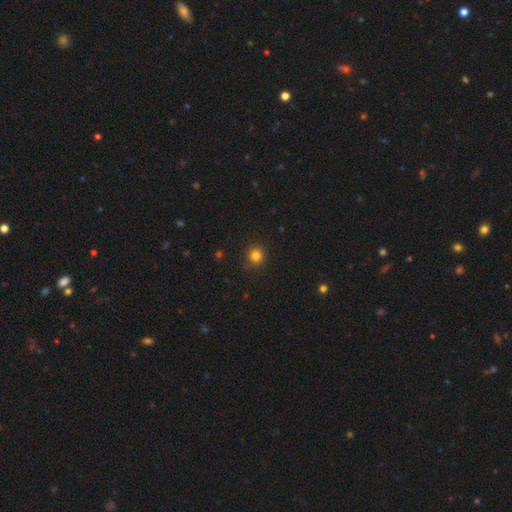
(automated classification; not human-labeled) smooth-or-featured: smooth: 82% | star or artifact: 14% | featured or disk: 4%
  how-rounded: round: 93% | in between: 6% | cigar-shaped: 1%
  merging: none: 90% | minor disturbance: 7% | major disturbance: 2% | merger: 1%